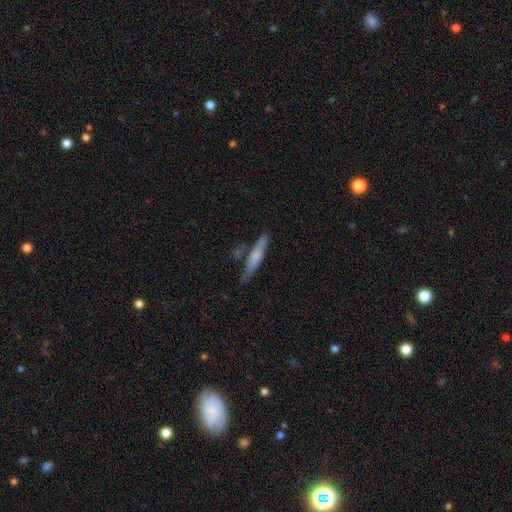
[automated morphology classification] The model was most divided on "smooth or featured": smooth: 63%, featured or disk: 31%, star or artifact: 6%. More confident: how rounded — cigar-shaped (90%); merging — none (73%).